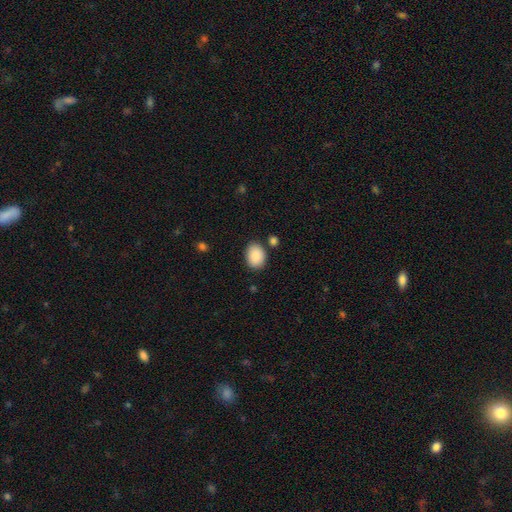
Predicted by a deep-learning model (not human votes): Smooth or featured? Predicted: smooth (p=0.89). How rounded? Predicted: in between (p=0.72). Merging? Predicted: none (p=0.81).